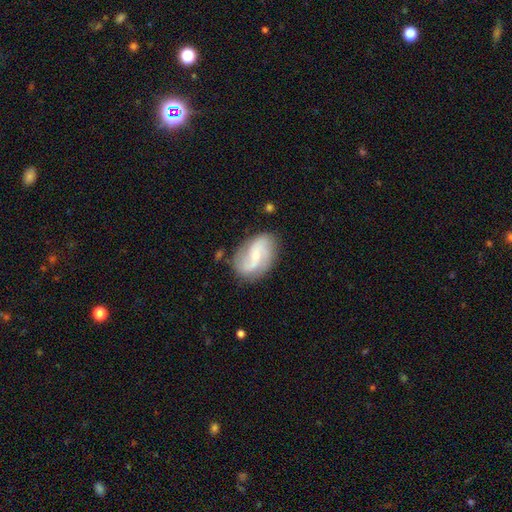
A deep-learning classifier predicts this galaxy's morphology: The model was most divided on "bar": no: 46%, weak: 42%, strong: 13%. Remaining: edge-on disk — no (97%); spiral arms — yes (95%); spiral arm count — 2 (79%); smooth or featured — featured or disk (77%); merging — none (76%); bulge size — small (64%); spiral winding — loose (49%).